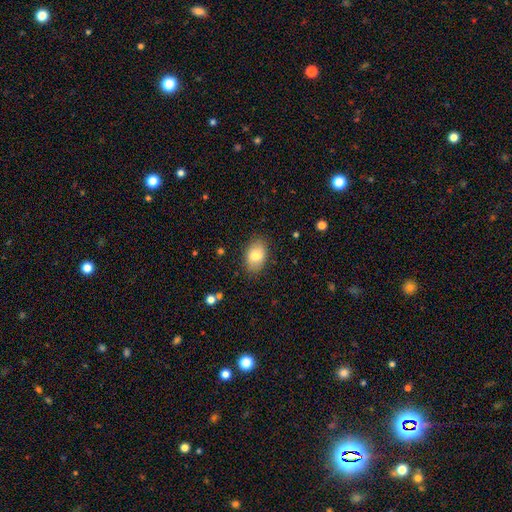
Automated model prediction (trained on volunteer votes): Overall: smooth (80%). How rounded: in between (87%). Merging: none (84%).